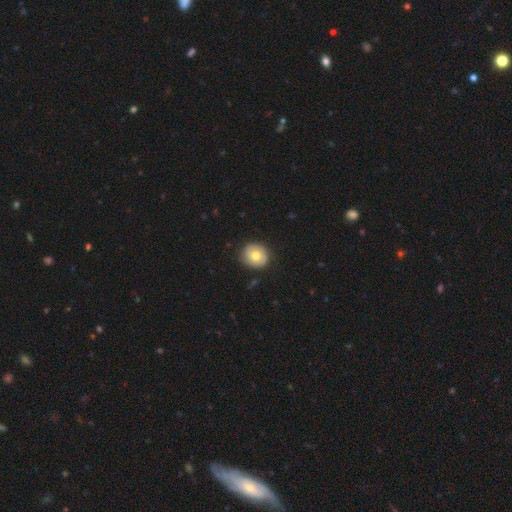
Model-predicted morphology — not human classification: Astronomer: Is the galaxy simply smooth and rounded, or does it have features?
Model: smooth — 70%.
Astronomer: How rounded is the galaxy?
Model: round — 84%.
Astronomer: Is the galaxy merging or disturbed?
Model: none — 85%.